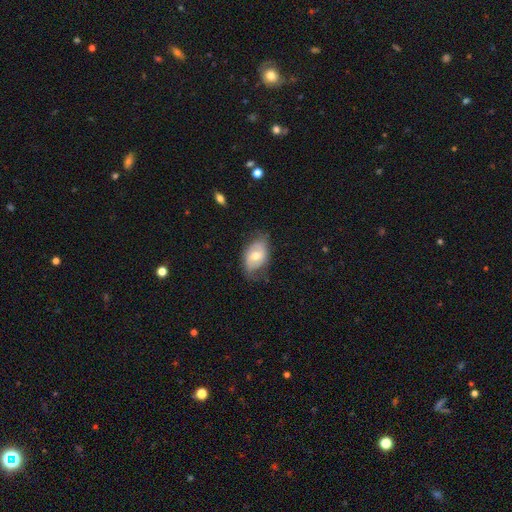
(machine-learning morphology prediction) A featured or disk galaxy (48%). Merging: none (64%).